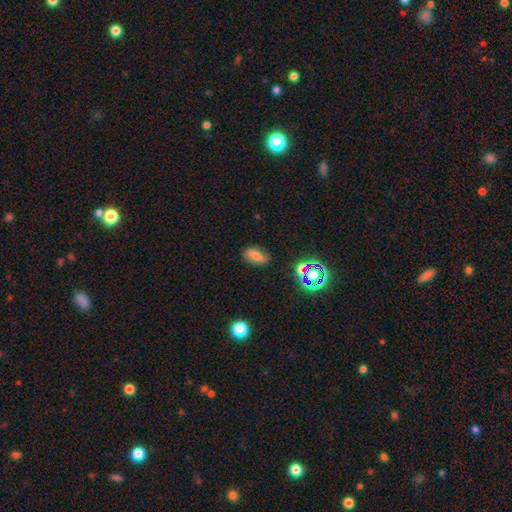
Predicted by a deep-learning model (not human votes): Smooth or featured?
  - smooth: 61% *
  - featured or disk: 23%
  - star or artifact: 16%
How rounded?
  - in between: 77% *
  - cigar-shaped: 14%
  - round: 9%
Merging?
  - none: 76% *
  - minor disturbance: 17%
  - major disturbance: 5%
  - merger: 2%